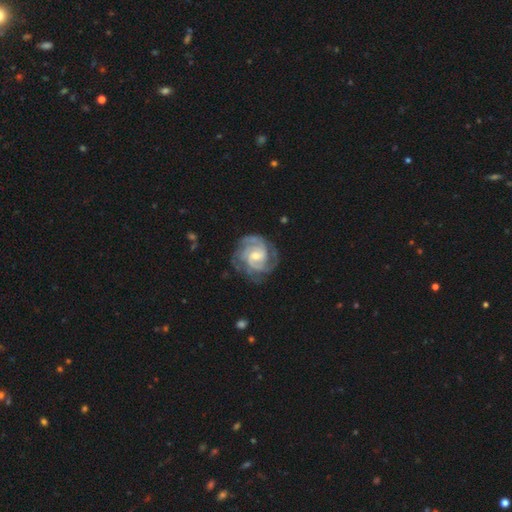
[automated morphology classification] Overall: featured or disk (91%). Edge-on disk: no (98%). Bar: weak (48%; no 40%). Spiral arms: yes (98%). Spiral arm count: 2 (33%; 3 31%). Spiral winding: tight (59%; medium 35%). Bulge size: moderate (47%; small 46%). Merging: none (74%).